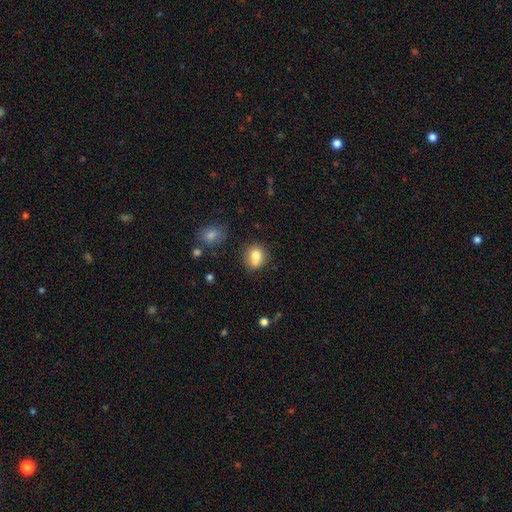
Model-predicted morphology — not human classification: smooth 78%, featured or disk 11%, star or artifact 10%. Down the decision tree: how rounded — round (67%); merging — none (63%).